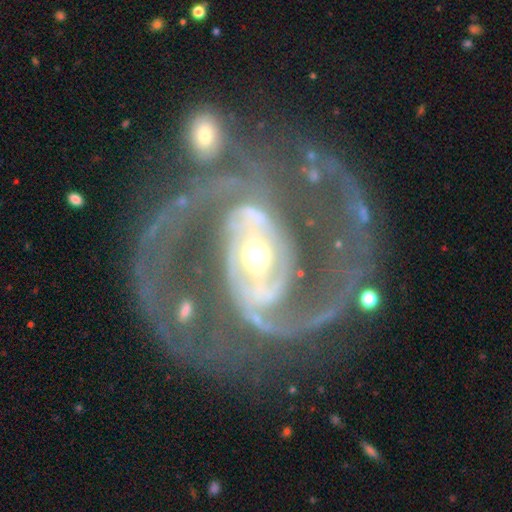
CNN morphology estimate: type=featured or disk (93%); edge-on=no (98%); bar=strong (44%); spiral arms=yes (98%); winding=medium (60%); arm count=2 (88%); bulge=moderate (58%); merging=none (55%).